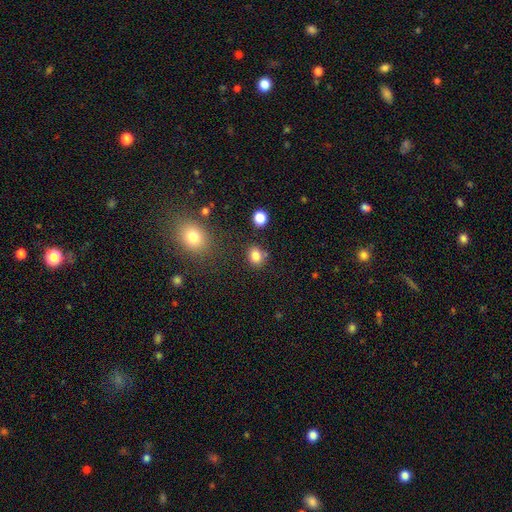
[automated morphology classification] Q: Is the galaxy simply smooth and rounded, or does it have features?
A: smooth — 82%.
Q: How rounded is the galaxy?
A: round — 57%.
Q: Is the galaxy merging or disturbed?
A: none — 76%.